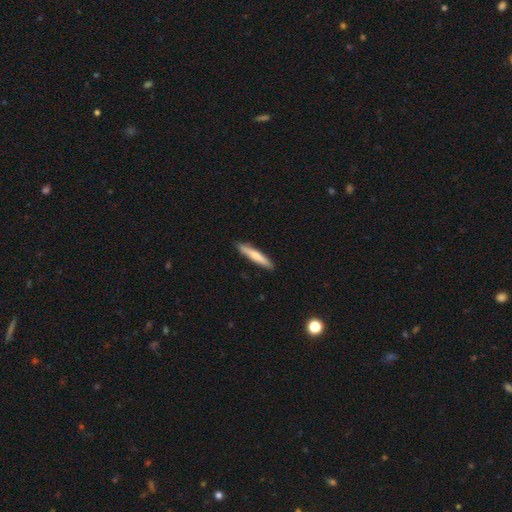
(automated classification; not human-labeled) A smooth galaxy with no disk features (73%) that is cigar-shaped (93%). Merging: none (89%).